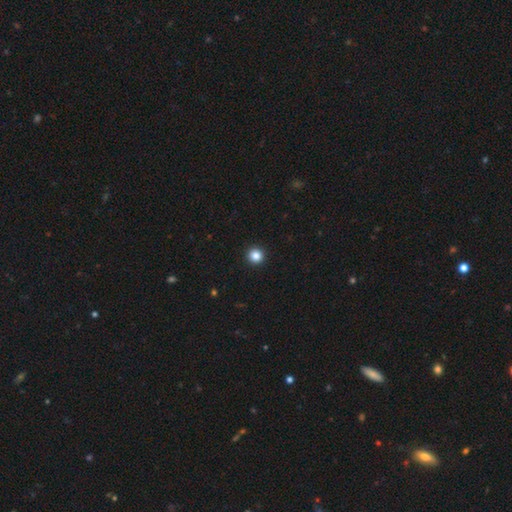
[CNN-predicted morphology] The model was most divided on "smooth or featured": smooth: 85%, star or artifact: 11%, featured or disk: 4%. More confident: how rounded — round (96%); merging — none (94%).